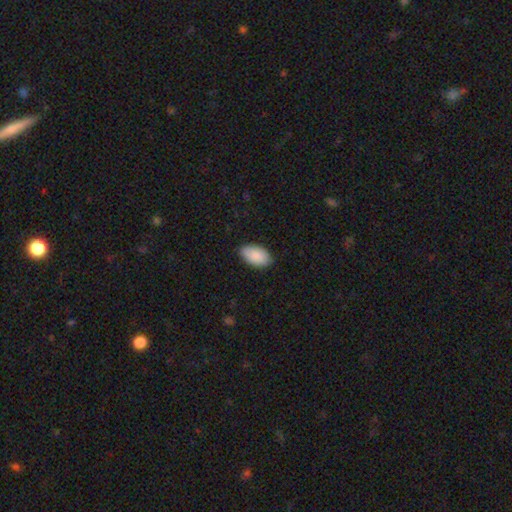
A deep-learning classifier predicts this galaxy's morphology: The model was most divided on "merging": none: 85%, minor disturbance: 12%, major disturbance: 2%, merger: 1%. More confident: how rounded — in between (95%); smooth or featured — smooth (89%).